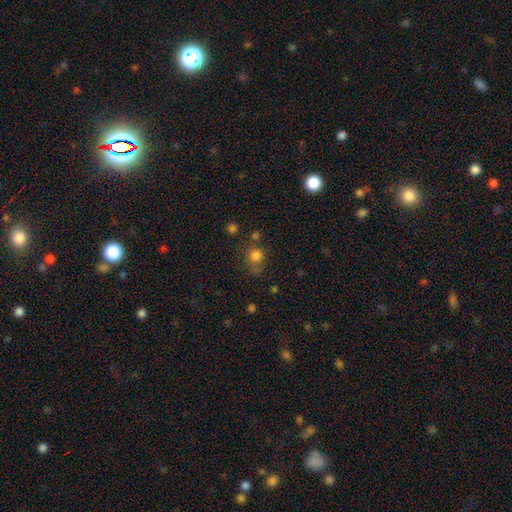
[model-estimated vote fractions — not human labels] A smooth galaxy with no disk features (78%) that is round (82%).

Vote fractions:
- Smooth or featured? smooth: 78% / star or artifact: 14% / featured or disk: 8%
- How rounded? round: 82% / in between: 17% / cigar-shaped: 1%
- Merging? none: 55% / minor disturbance: 19% / major disturbance: 13% / merger: 13%